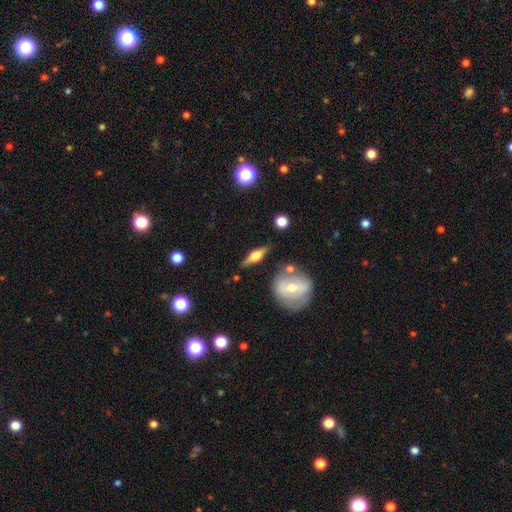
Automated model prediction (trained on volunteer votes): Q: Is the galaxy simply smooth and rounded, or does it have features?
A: featured or disk — 66%.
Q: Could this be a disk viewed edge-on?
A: yes — 93%.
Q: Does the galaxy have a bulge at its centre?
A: rounded — 92%.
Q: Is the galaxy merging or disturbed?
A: none — 81%.